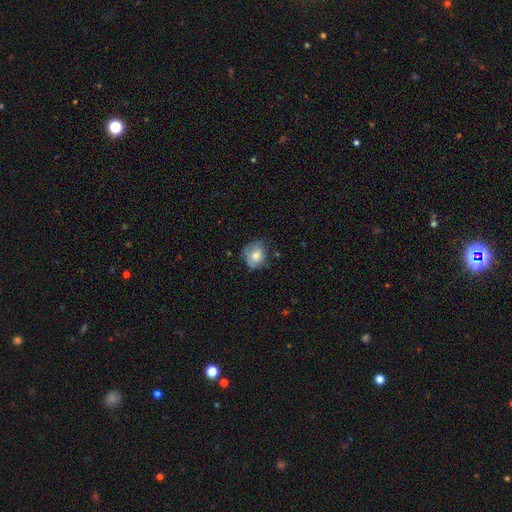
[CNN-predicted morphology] Overall: smooth (66%; featured or disk 26%). How rounded: round (63%; in between 36%). Merging: none (51%; minor disturbance 33%).